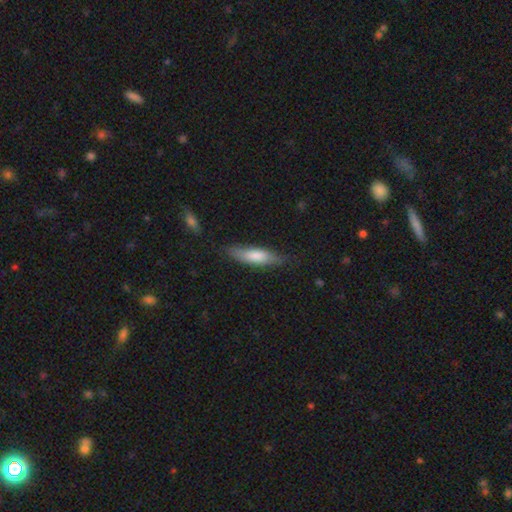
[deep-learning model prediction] This is likely a smooth galaxy (71%). How rounded: likely cigar-shaped (67%). Merging: likely none (76%).